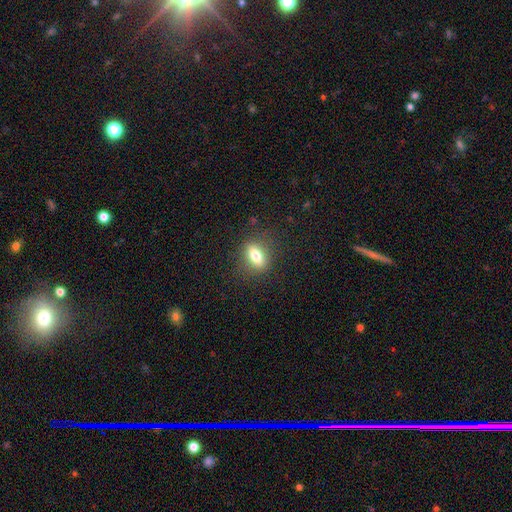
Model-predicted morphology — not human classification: The model was most divided on "smooth or featured": smooth: 72%, featured or disk: 19%, star or artifact: 9%. More confident: merging — none (84%); how rounded — in between (71%).